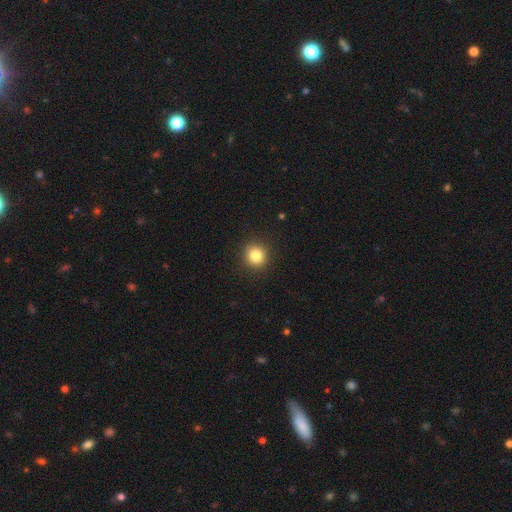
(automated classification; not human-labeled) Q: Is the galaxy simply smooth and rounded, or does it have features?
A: smooth — 83%.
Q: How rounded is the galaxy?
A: round — 92%.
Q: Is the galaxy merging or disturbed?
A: none — 92%.